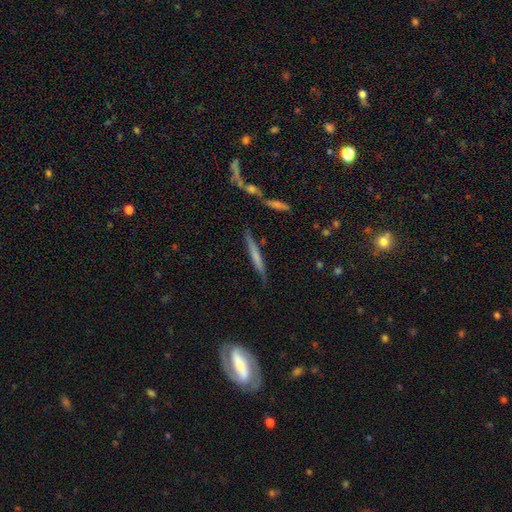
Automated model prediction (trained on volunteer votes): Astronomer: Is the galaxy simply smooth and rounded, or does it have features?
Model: smooth — 53% (runner-up: featured or disk, 40%).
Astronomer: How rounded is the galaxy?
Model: cigar-shaped — 94%.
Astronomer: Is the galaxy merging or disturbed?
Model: none — 77%.